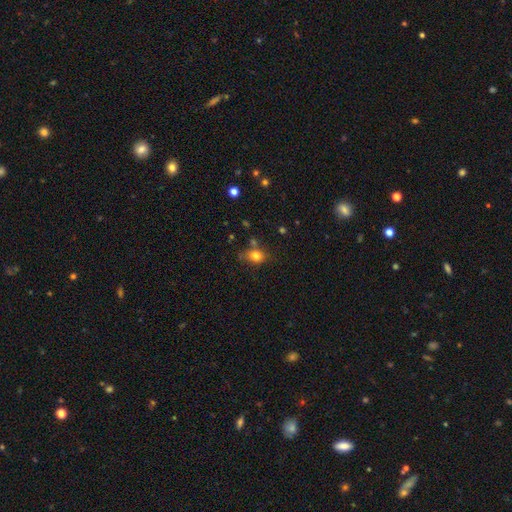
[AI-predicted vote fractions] This appears to be a smooth galaxy with no disk features (79%) that is in between round and cigar-shaped (49%, tied with round). Merging: none (62%).